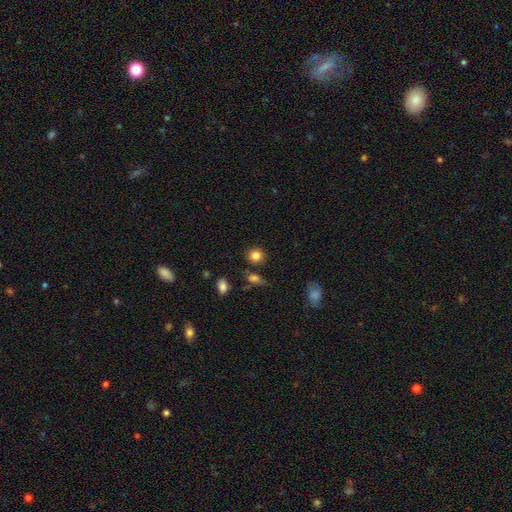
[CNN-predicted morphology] type=smooth (83%); roundness=round (83%); merging=none (84%).